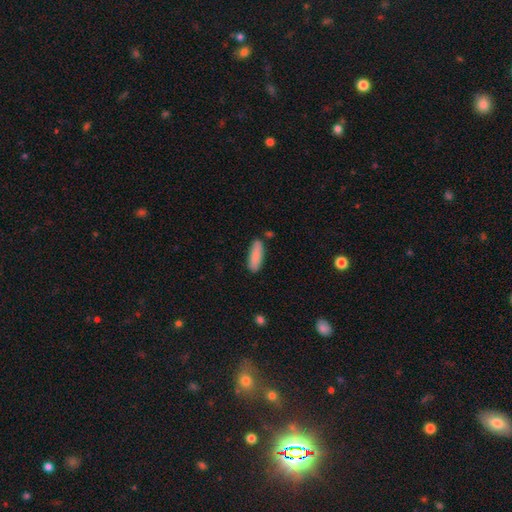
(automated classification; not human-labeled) The model was most divided on "how rounded": in between: 51%, cigar-shaped: 48%, round: 2%. More confident: smooth or featured — smooth (87%); merging — none (82%).